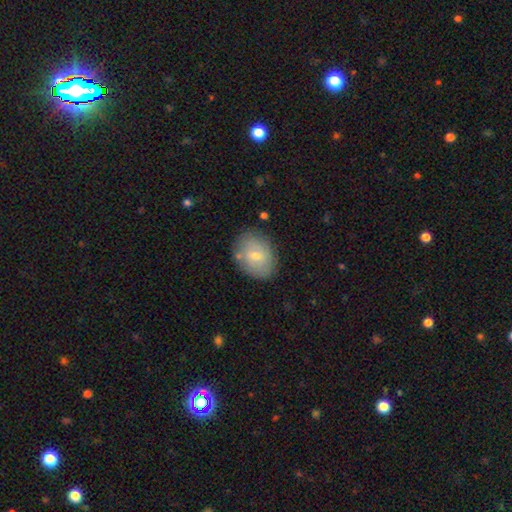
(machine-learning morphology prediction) Smooth or featured? Predicted: smooth (p=0.66). How rounded? Predicted: in between (p=0.66). Merging? Predicted: none (p=0.80).